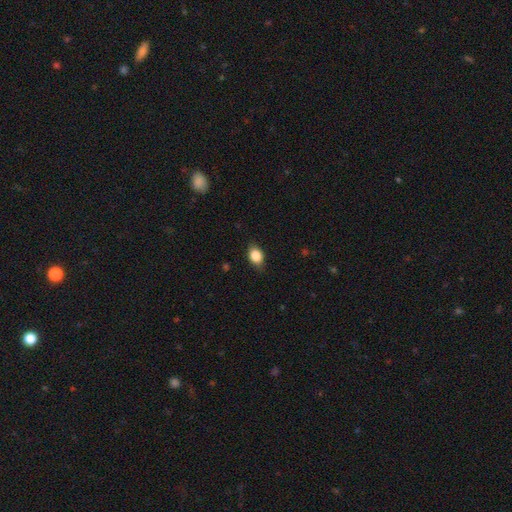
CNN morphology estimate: A smooth galaxy with no disk features (84%) that is in between round and cigar-shaped (74%). Merging: none (79%).